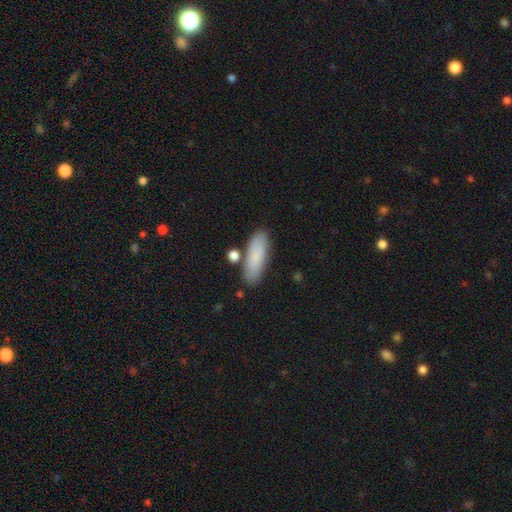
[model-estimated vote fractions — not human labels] Smooth or featured? smooth (84%)
How rounded? in between (58%)
Merging? none (79%)